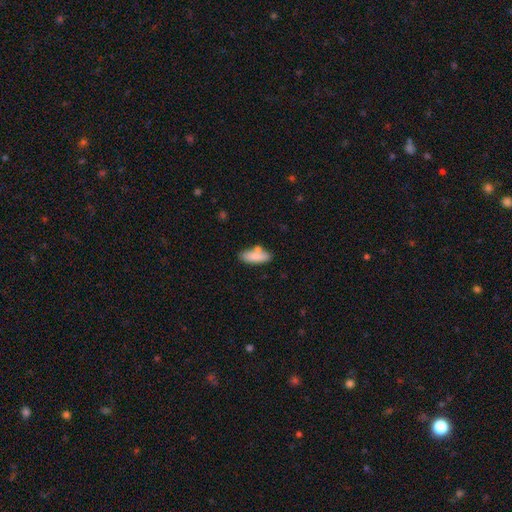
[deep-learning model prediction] Morphology: type=smooth (82%); roundness=in between (70%); merging=none (67%).